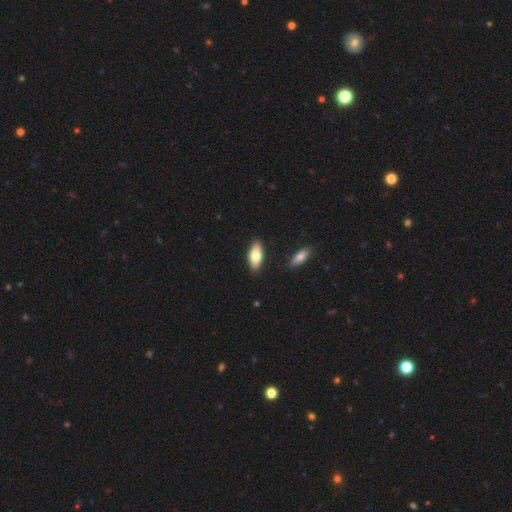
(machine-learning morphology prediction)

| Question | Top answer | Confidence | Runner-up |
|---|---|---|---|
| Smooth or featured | smooth | 74% | featured or disk (20%) |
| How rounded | in between | 83% | cigar-shaped (15%) |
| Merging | none | 86% | minor disturbance (9%) |